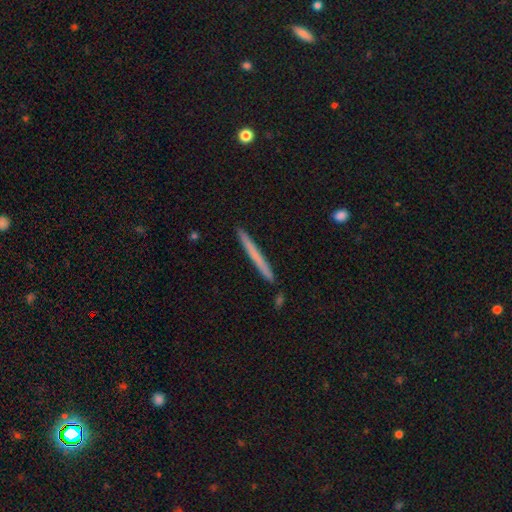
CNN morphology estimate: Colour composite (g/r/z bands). It shows a smooth galaxy with no disk features (60%) that is cigar-shaped (97%). Merging: none (91%).